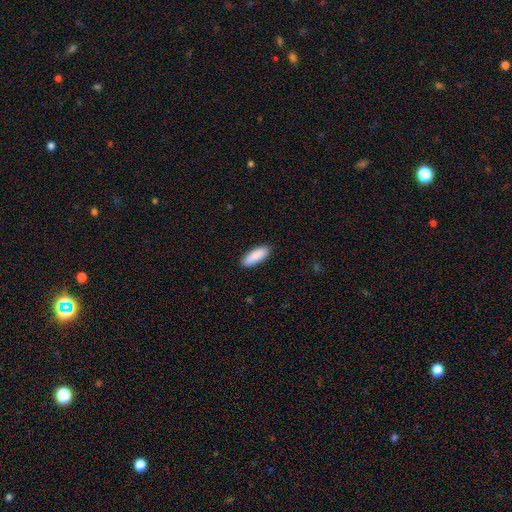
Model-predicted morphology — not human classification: Smooth or featured? Predicted: smooth (p=0.89). How rounded? Predicted: in between (p=0.69). Merging? Predicted: none (p=0.89).